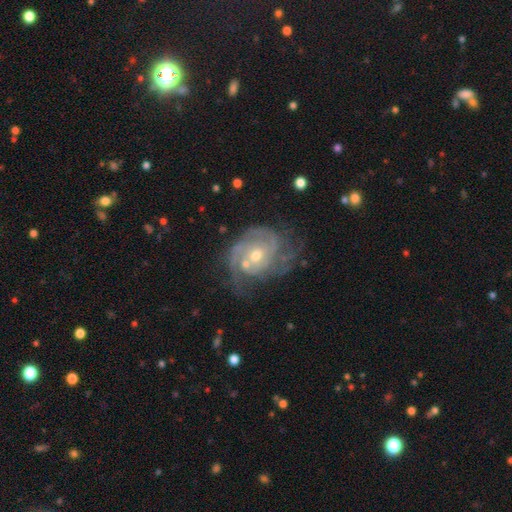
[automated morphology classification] smooth_or_featured: featured or disk (p=0.83) [alt: star or artifact p=0.09]
disk_edge_on: no (p=0.97) [alt: yes p=0.03]
bar: no (p=0.63) [alt: weak p=0.30]
has_spiral_arms: yes (p=0.95) [alt: no p=0.05]
spiral_winding: tight (p=0.62) [alt: medium p=0.30]
spiral_arm_count: can't tell (p=0.30) [alt: 3 p=0.25]
bulge_size: moderate (p=0.52) [alt: small p=0.44]
merging: none (p=0.65) [alt: minor disturbance p=0.20]